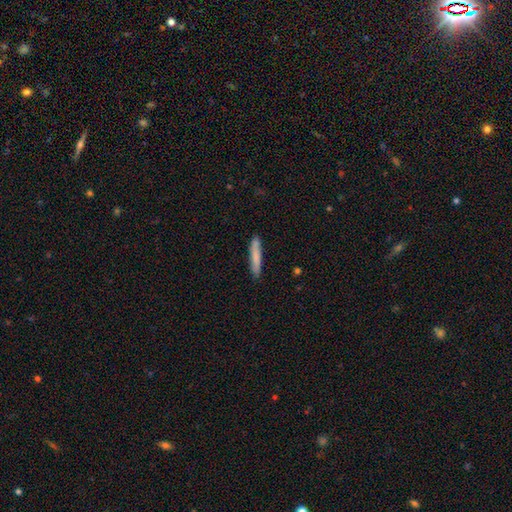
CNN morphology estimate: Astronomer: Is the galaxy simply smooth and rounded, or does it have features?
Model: smooth — 78%.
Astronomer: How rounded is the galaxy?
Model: cigar-shaped — 93%.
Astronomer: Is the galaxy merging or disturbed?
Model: none — 85%.